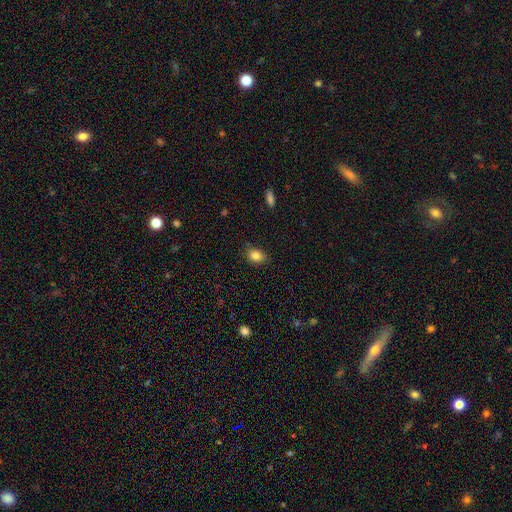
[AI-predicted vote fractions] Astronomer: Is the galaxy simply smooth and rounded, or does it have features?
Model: smooth — 84%.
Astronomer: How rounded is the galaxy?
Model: in between — 68%.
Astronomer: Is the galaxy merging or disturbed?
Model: none — 82%.